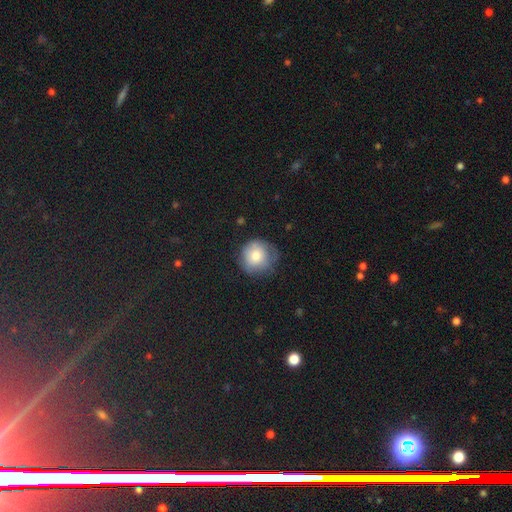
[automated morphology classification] smooth-or-featured: smooth: 74% | featured or disk: 17% | star or artifact: 9%
  how-rounded: round: 91% | in between: 8% | cigar-shaped: 1%
  merging: none: 67% | minor disturbance: 24% | major disturbance: 7% | merger: 1%